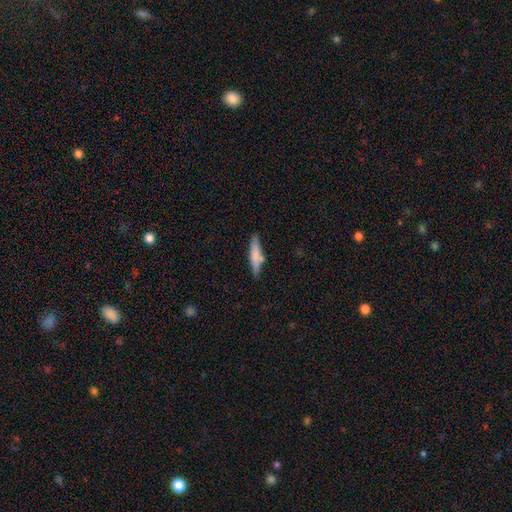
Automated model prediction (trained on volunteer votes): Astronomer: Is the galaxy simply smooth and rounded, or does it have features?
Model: smooth — 70%.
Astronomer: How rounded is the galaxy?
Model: cigar-shaped — 80%.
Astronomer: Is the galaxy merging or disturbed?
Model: none — 74%.